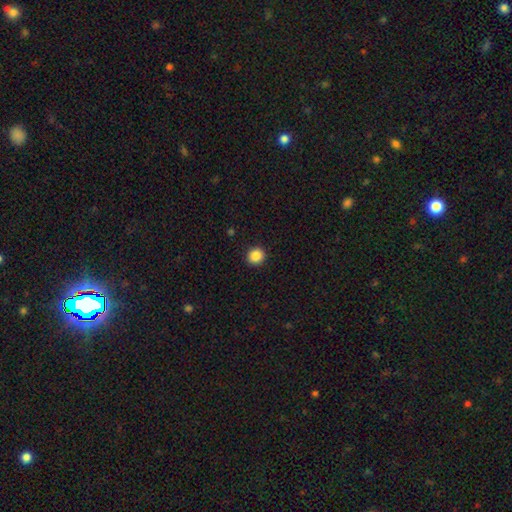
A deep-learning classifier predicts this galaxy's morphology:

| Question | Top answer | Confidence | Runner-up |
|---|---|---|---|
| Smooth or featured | smooth | 87% | star or artifact (10%) |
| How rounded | round | 93% | in between (6%) |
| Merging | none | 93% | minor disturbance (5%) |